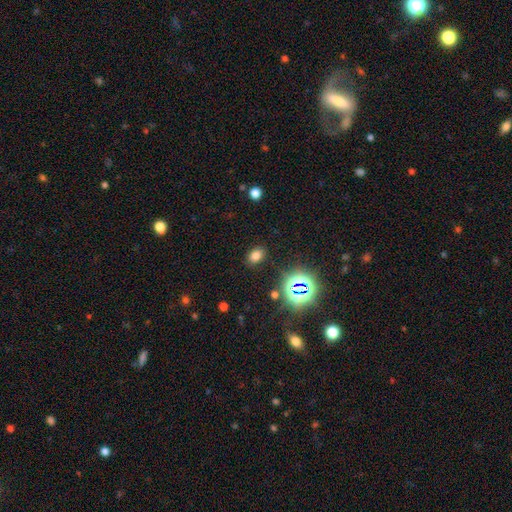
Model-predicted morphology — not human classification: Smooth or featured? Predicted: smooth (p=0.70). How rounded? Predicted: in between (p=0.75). Merging? Predicted: none (p=0.86).